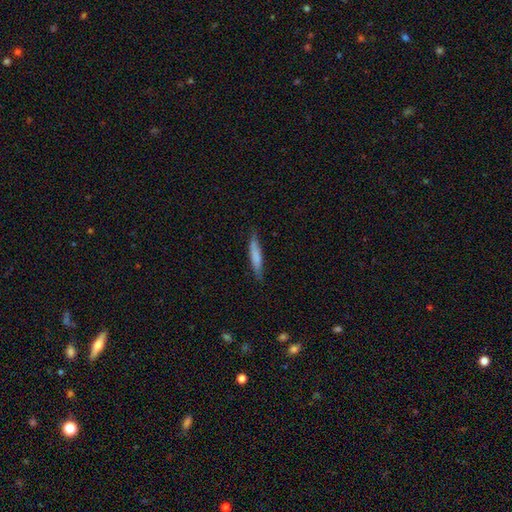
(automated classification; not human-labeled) Morphology: type=smooth (72%); roundness=cigar-shaped (90%); merging=none (82%).